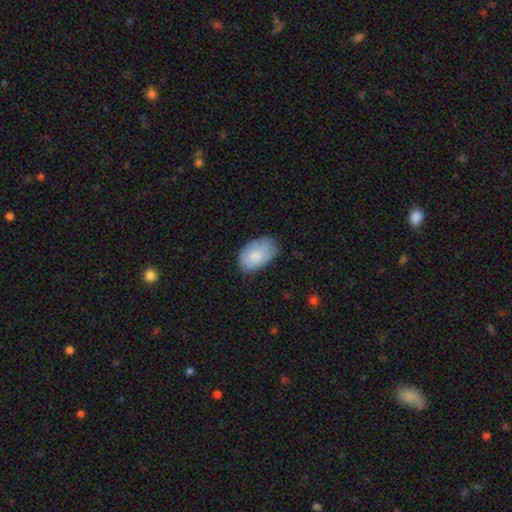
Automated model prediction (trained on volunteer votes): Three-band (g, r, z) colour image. It shows a smooth galaxy with no disk features (84%) that is in between round and cigar-shaped (92%). Merging: none (70%).